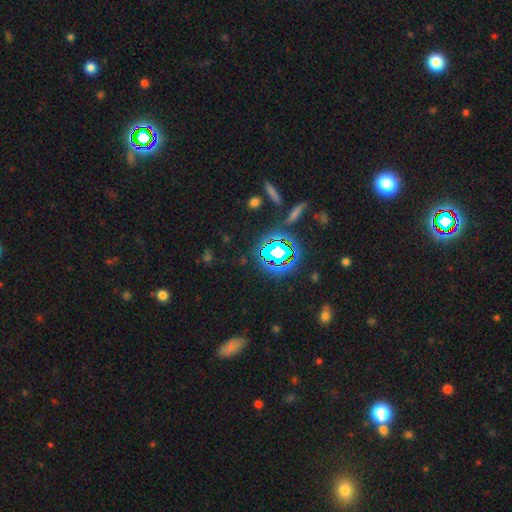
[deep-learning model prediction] A star or artifact, not a galaxy (78%).